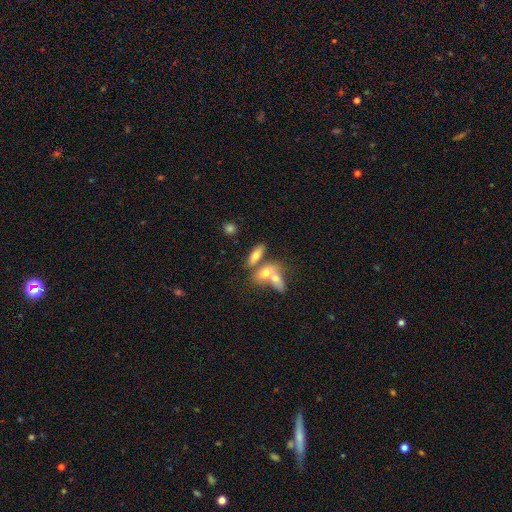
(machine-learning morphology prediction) smooth_or_featured: smooth (p=0.66) [alt: featured or disk p=0.26]
how_rounded: in between (p=0.70) [alt: cigar-shaped p=0.25]
merging: merger (p=0.47) [alt: none p=0.40]